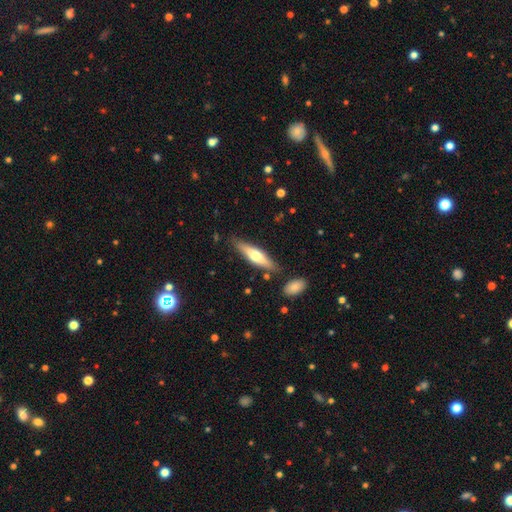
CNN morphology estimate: Smooth or featured? smooth (50%)
How rounded? cigar-shaped (73%)
Merging? none (81%)